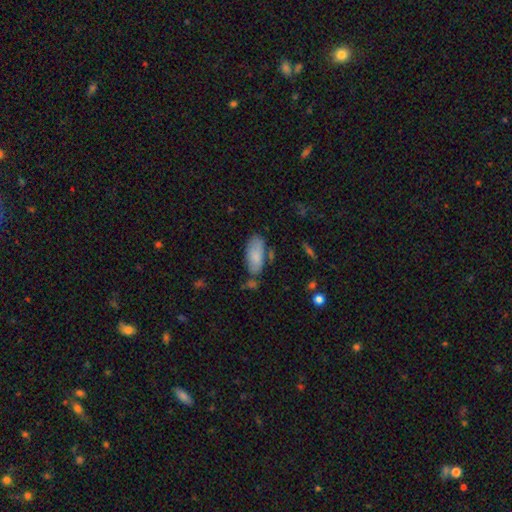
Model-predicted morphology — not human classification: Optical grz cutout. It shows a smooth galaxy with no disk features (82%) that is in between round and cigar-shaped (88%). Merging: none (61%).